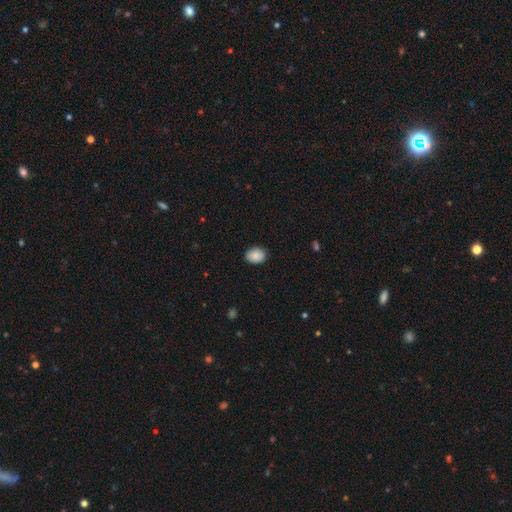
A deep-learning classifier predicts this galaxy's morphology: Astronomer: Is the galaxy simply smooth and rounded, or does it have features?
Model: smooth — 88%.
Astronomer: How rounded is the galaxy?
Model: in between — 57% (runner-up: round, 42%).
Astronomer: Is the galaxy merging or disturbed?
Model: none — 87%.